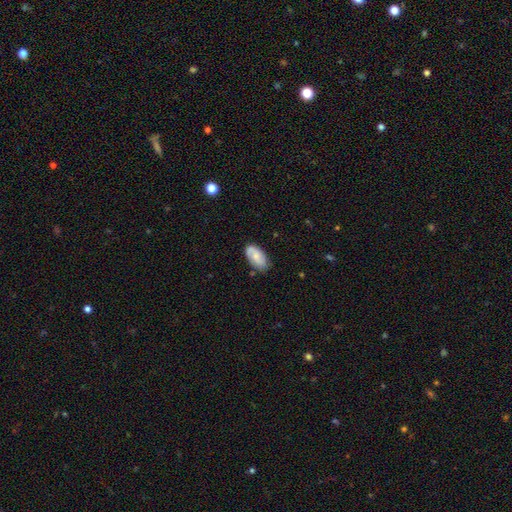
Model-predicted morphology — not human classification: Q: Smooth or featured?
A: smooth (47%); tied with: featured or disk (47%)
Q: Merging?
A: none (76%); runner-up: minor disturbance (18%)